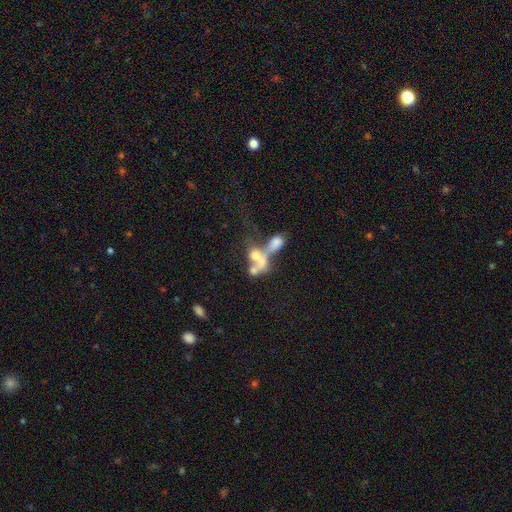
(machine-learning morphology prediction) A featured or disk galaxy (44%). Merging: merger (63%).